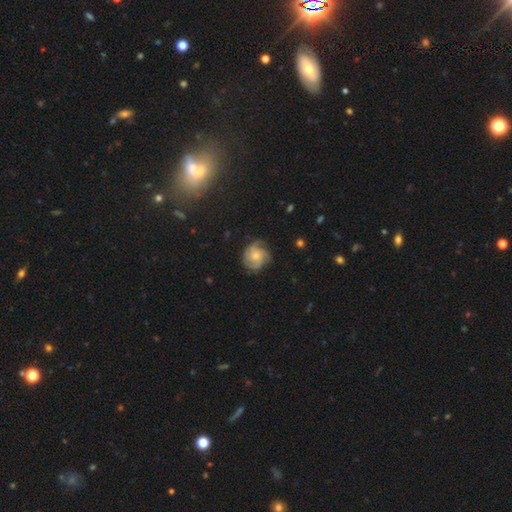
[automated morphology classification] A featured or disk galaxy (75%) with no bar (76%), 3 (43%) tight (52%) spiral arms (96%) and a small central bulge (51%). Merging: none (73%).